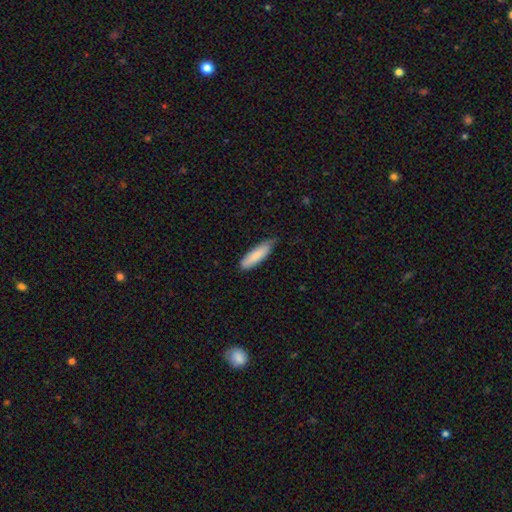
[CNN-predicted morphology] smooth 84%, featured or disk 10%, star or artifact 6%. Down the decision tree: how rounded — cigar-shaped (59%); merging — none (61%).